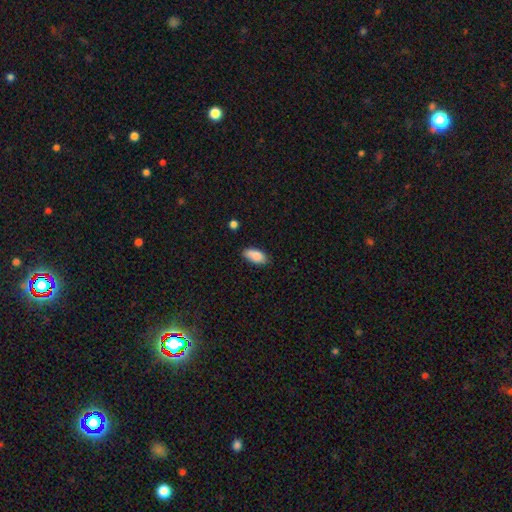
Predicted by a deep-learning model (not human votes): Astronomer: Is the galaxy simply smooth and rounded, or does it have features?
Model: smooth — 87%.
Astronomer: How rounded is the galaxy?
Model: in between — 89%.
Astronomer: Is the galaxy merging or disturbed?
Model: none — 78%.